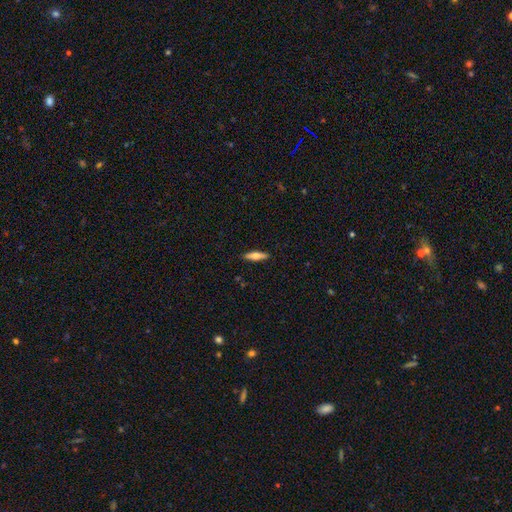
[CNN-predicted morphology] This is possibly a smooth galaxy (55%). How rounded: likely cigar-shaped (65%). Merging: clearly none (90%).